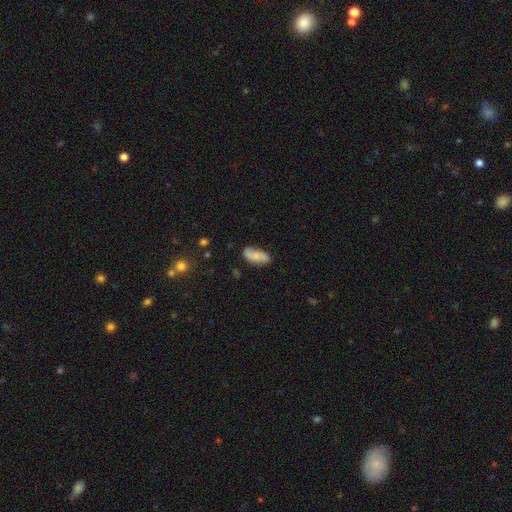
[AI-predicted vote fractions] Overall: smooth (62%; featured or disk 30%). How rounded: in between (85%). Merging: none (73%).